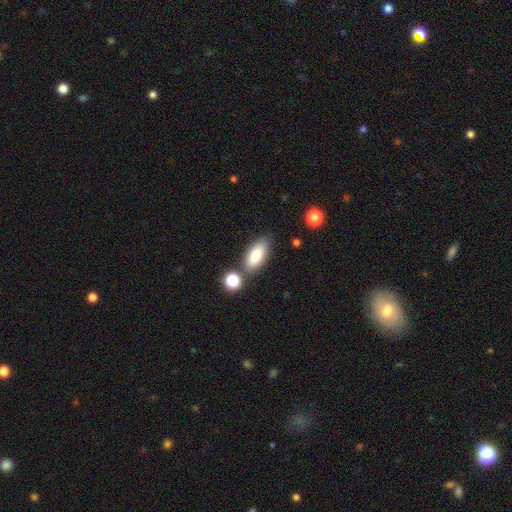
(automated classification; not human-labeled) The model was most divided on "merging": none: 71%, minor disturbance: 13%, merger: 13%, major disturbance: 3%. More confident: how rounded — in between (84%); smooth or featured — smooth (81%).